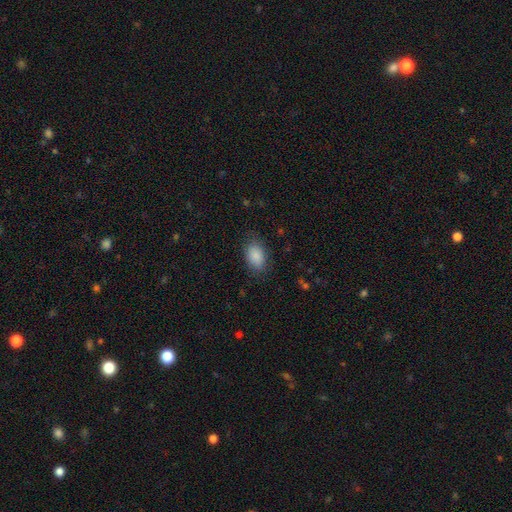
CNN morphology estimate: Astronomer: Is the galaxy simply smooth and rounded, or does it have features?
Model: smooth — 88%.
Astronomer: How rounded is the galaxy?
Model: in between — 88%.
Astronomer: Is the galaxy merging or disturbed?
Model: none — 80%.